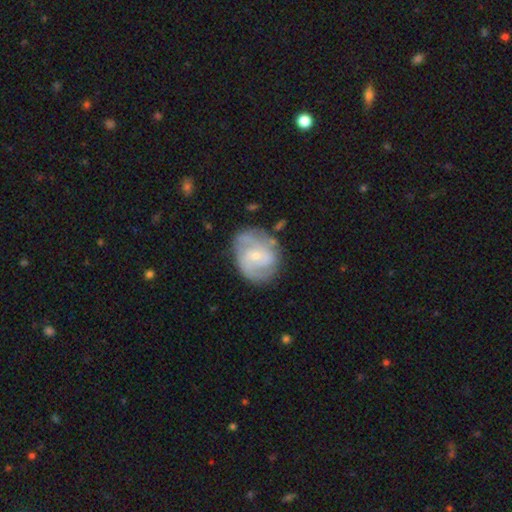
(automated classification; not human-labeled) smooth_or_featured: featured or disk (p=0.75) [alt: smooth p=0.20]
disk_edge_on: no (p=0.98) [alt: yes p=0.02]
bar: no (p=0.53) [alt: weak p=0.39]
has_spiral_arms: yes (p=0.87) [alt: no p=0.13]
spiral_winding: medium (p=0.44) [alt: tight p=0.40]
spiral_arm_count: 2 (p=0.54) [alt: can't tell p=0.23]
bulge_size: small (p=0.66) [alt: moderate p=0.29]
merging: none (p=0.67) [alt: minor disturbance p=0.21]